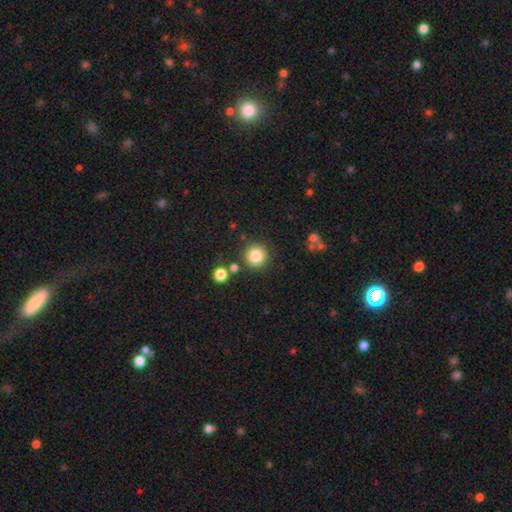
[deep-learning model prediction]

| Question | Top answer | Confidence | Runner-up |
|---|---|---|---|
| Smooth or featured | smooth | 83% | star or artifact (11%) |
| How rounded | round | 94% | in between (5%) |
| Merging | none | 85% | minor disturbance (7%) |